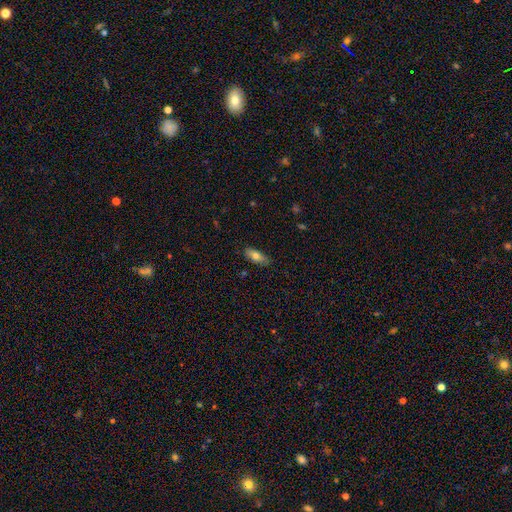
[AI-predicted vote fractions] smooth-or-featured: smooth: 74% | featured or disk: 19% | star or artifact: 7%
  how-rounded: in between: 79% | cigar-shaped: 18% | round: 3%
  merging: none: 83% | minor disturbance: 13% | major disturbance: 2% | merger: 1%